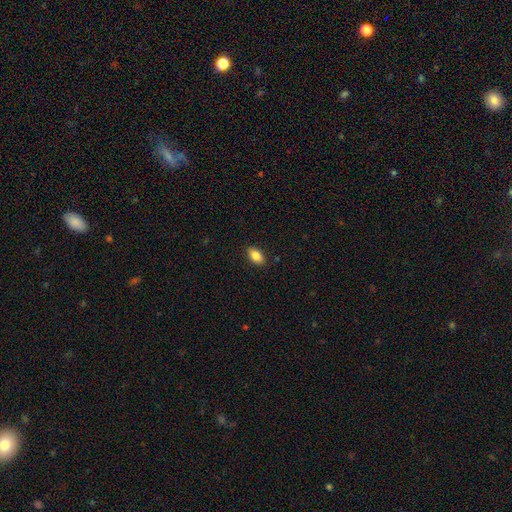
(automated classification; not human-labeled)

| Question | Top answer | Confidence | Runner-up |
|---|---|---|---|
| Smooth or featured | smooth | 86% | star or artifact (8%) |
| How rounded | in between | 90% | round (8%) |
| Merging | none | 88% | minor disturbance (9%) |